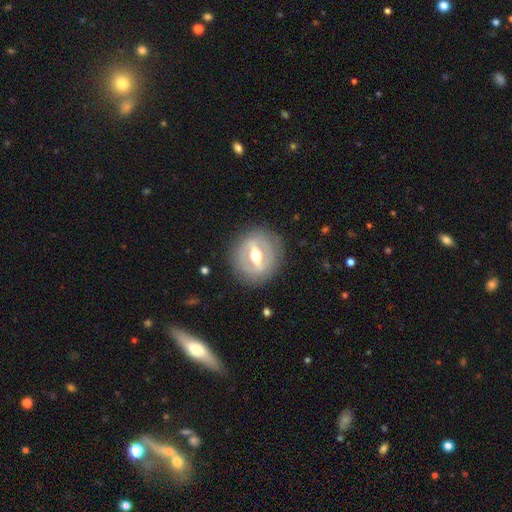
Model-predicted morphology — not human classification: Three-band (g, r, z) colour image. It shows a featured or disk galaxy (76%) with a strong bar (71%), no spiral arms (76%) and a moderate central bulge (73%). Merging: none (84%).